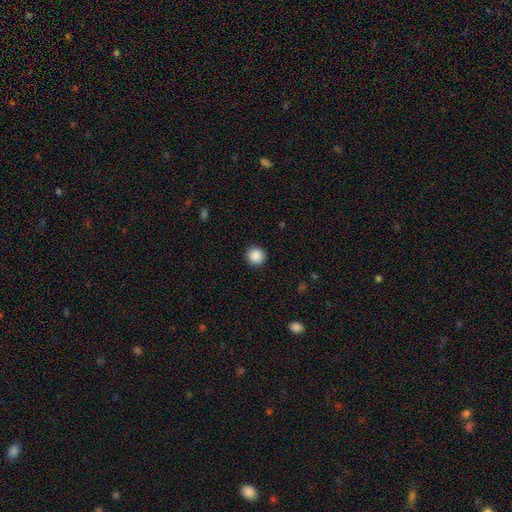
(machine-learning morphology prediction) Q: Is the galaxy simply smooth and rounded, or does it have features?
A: smooth — 88%.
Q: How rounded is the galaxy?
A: round — 94%.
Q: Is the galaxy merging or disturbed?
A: none — 91%.